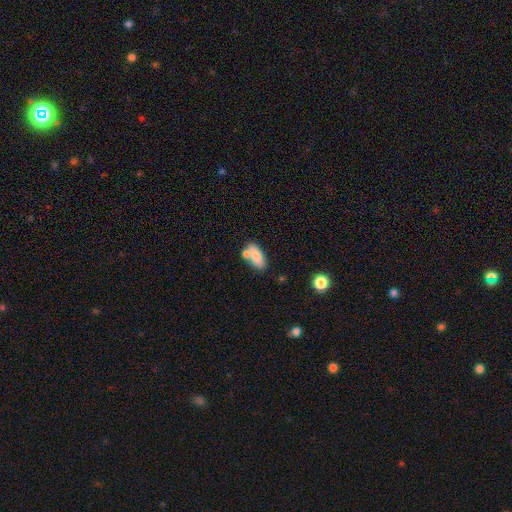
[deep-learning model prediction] Smooth or featured: smooth — 79% (featured or disk — 14%)
How rounded: in between — 86% (cigar-shaped — 10%)
Merging: none — 51% (merger — 27%)